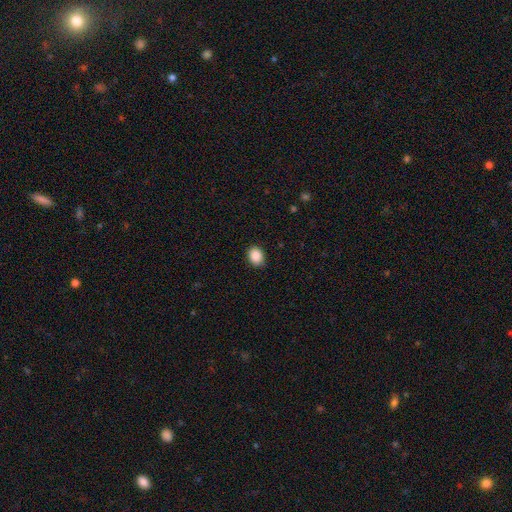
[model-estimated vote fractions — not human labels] A smooth galaxy with no disk features (89%) that is in between round and cigar-shaped (51%). Merging: none (88%).